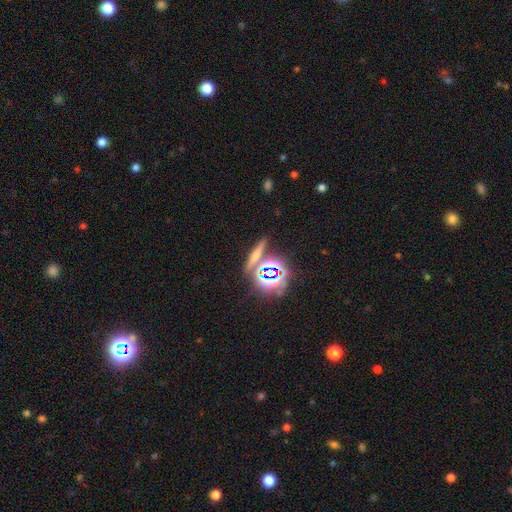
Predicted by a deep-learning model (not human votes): Q: Smooth or featured?
A: smooth (40%); runner-up: star or artifact (34%)
Q: Merging?
A: none (77%); runner-up: merger (11%)